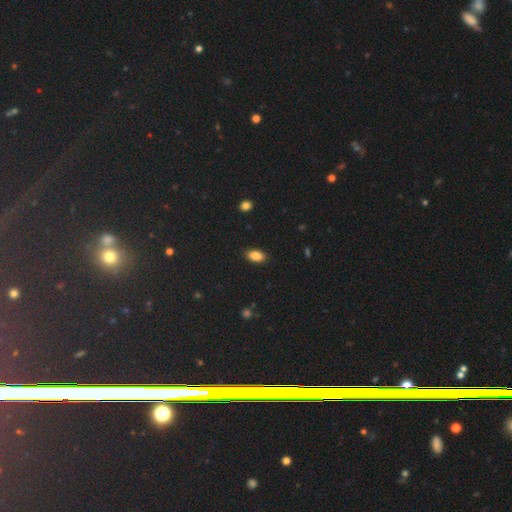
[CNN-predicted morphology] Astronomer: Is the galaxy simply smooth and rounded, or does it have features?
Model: smooth — 86%.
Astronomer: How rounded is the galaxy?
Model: in between — 91%.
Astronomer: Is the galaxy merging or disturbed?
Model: none — 88%.